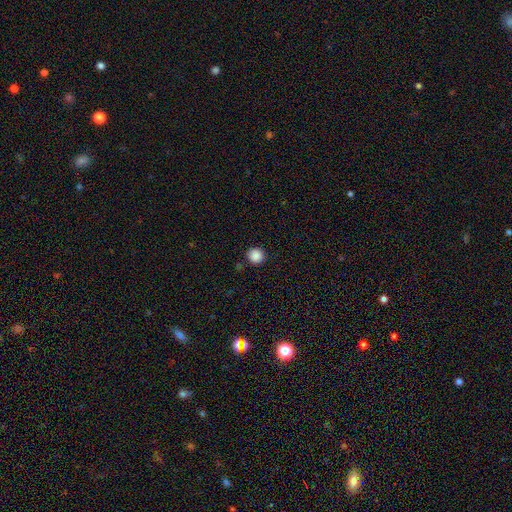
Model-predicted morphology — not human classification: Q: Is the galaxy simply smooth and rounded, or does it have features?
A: smooth — 87%.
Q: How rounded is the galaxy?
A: round — 94%.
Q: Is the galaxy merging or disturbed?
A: none — 88%.